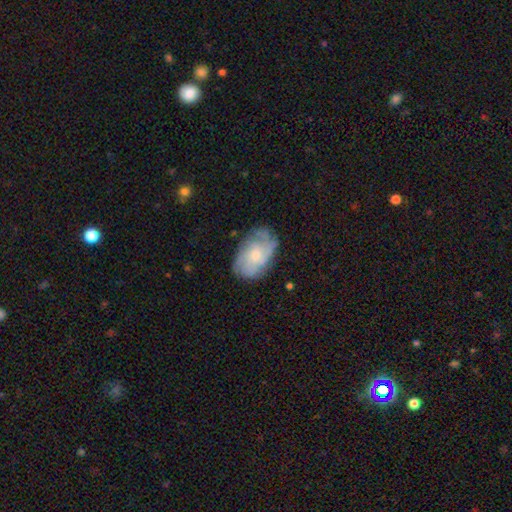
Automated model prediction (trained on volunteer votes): Smooth or featured? Predicted: featured or disk (p=0.67). Edge-on disk? Predicted: no (p=0.96). Bar? Predicted: no (p=0.72). Spiral arms? Predicted: yes (p=0.89). Spiral winding? Predicted: tight (p=0.47). Spiral arm count? Predicted: can't tell (p=0.40). Bulge size? Predicted: small (p=0.46). Merging? Predicted: none (p=0.69).